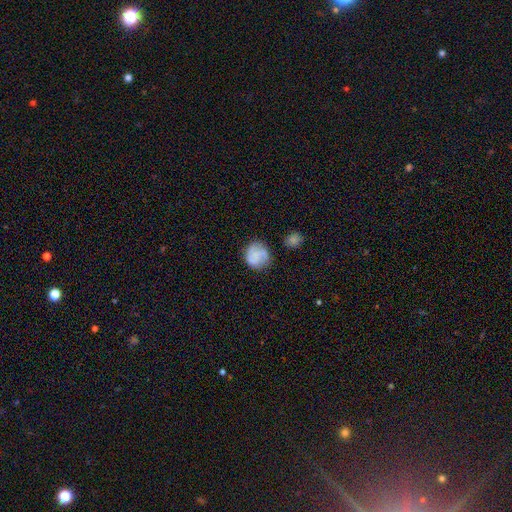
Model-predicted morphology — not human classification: type=smooth (61%); roundness=round (84%); merging=none (68%).